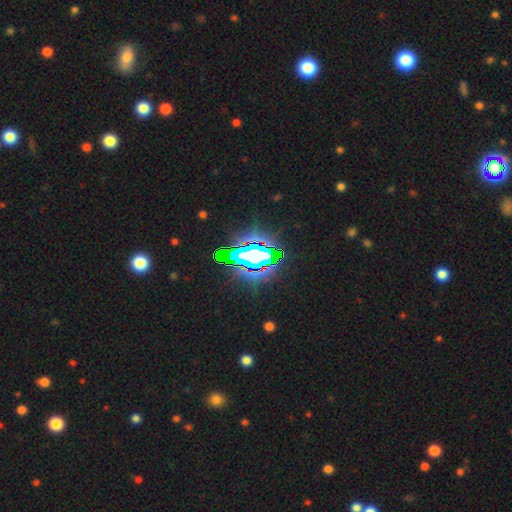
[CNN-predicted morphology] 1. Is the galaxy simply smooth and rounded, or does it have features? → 73% star or artifact, 14% featured or disk, 13% smooth.